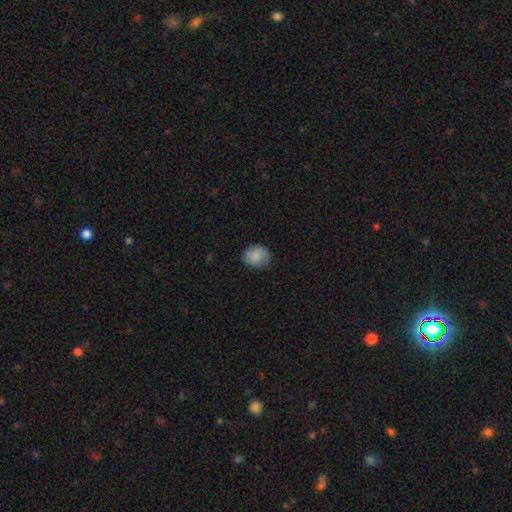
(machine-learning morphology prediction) smooth_or_featured: smooth (p=0.82) [alt: featured or disk p=0.11]
how_rounded: round (p=0.61) [alt: in between p=0.38]
merging: none (p=0.72) [alt: minor disturbance p=0.22]